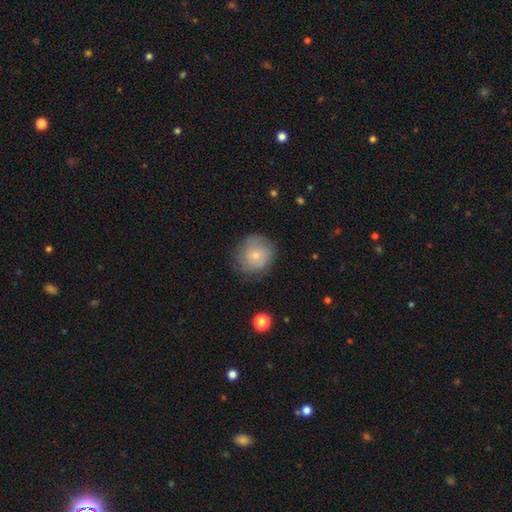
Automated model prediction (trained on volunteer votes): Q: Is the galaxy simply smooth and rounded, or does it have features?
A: smooth — 69%.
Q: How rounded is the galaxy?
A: round — 88%.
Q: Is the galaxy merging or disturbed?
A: none — 72%.